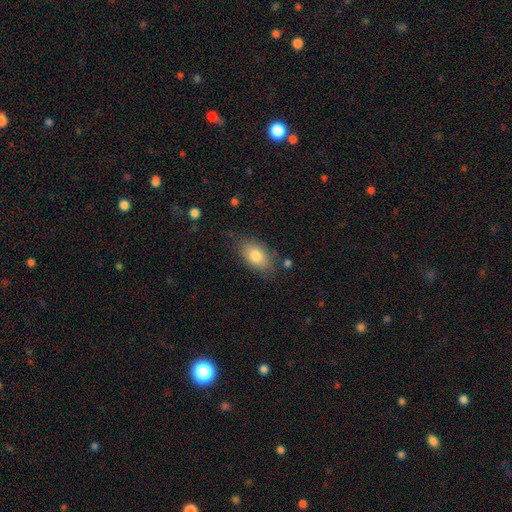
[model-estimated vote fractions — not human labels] Smooth or featured? smooth (80%)
How rounded? in between (90%)
Merging? none (75%)